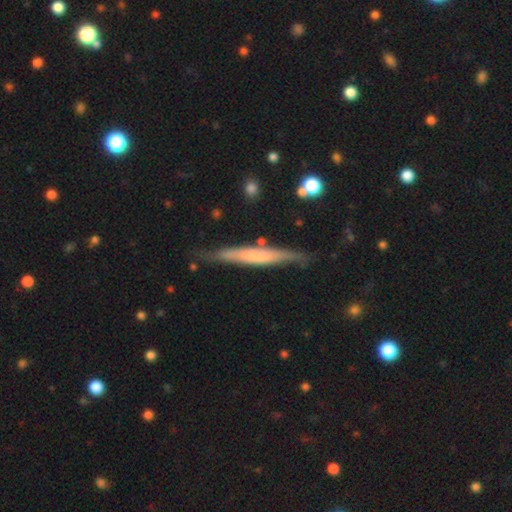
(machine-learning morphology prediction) Smooth or featured? featured or disk (48%)
Merging? none (75%)